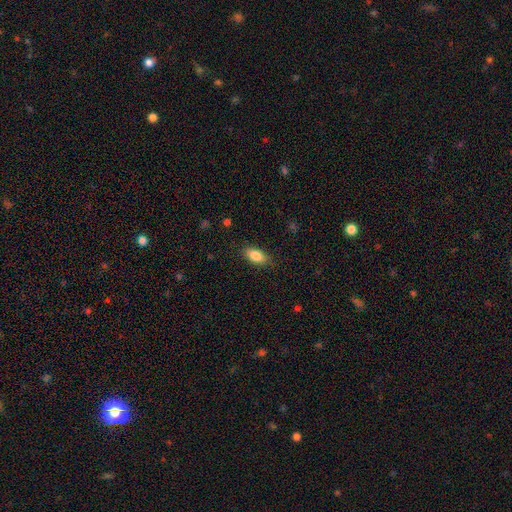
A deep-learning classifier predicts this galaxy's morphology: Smooth or featured: smooth — 86% (star or artifact — 7%)
How rounded: in between — 88% (cigar-shaped — 8%)
Merging: none — 84% (minor disturbance — 12%)